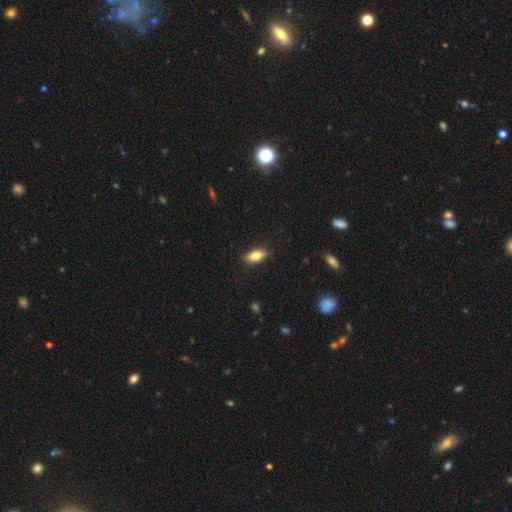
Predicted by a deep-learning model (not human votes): Smooth or featured? smooth (81%)
How rounded? in between (85%)
Merging? none (89%)